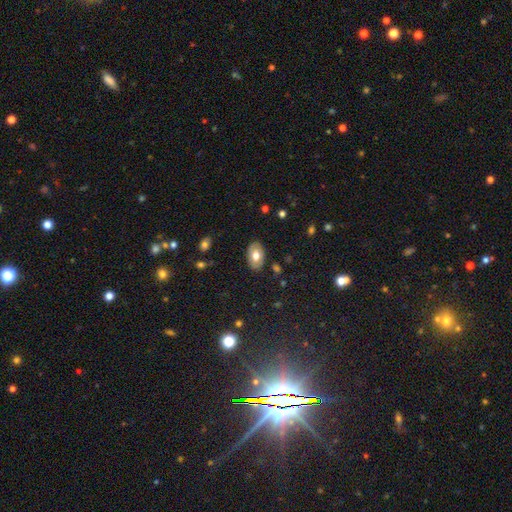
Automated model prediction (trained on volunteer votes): The model was most divided on "smooth or featured": smooth: 68%, featured or disk: 26%, star or artifact: 7%. More confident: how rounded — in between (91%); merging — none (85%).